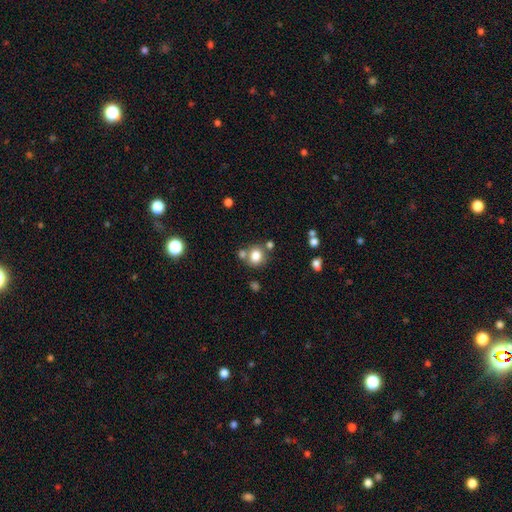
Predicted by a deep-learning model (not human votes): Smooth or featured: smooth — 80% (star or artifact — 12%)
How rounded: round — 79% (in between — 20%)
Merging: none — 66% (merger — 19%)